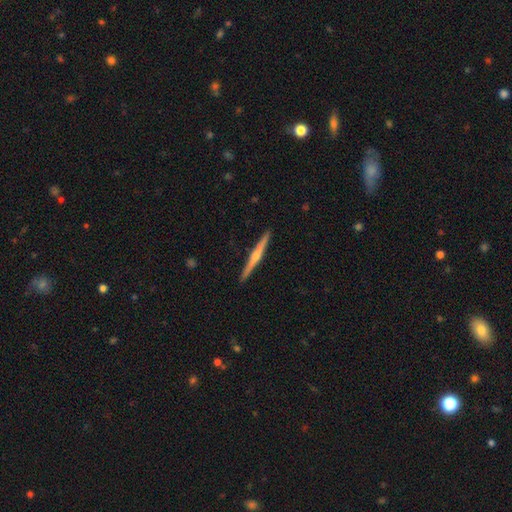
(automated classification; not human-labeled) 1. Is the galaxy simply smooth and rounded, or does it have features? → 73% featured or disk, 22% smooth, 5% star or artifact.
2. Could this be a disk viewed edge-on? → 98% yes, 2% no.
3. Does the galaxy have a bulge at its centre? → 82% rounded, 13% none, 6% boxy.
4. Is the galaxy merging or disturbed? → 92% none, 5% minor disturbance, 1% major disturbance, 1% merger.